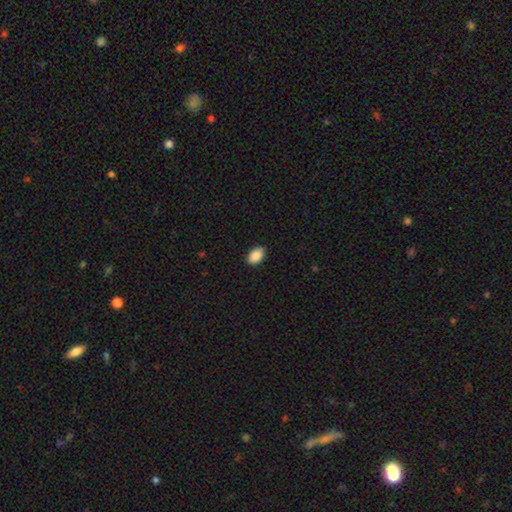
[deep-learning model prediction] smooth 90%, star or artifact 7%, featured or disk 3%. Down the decision tree: how rounded — in between (91%); merging — none (88%).